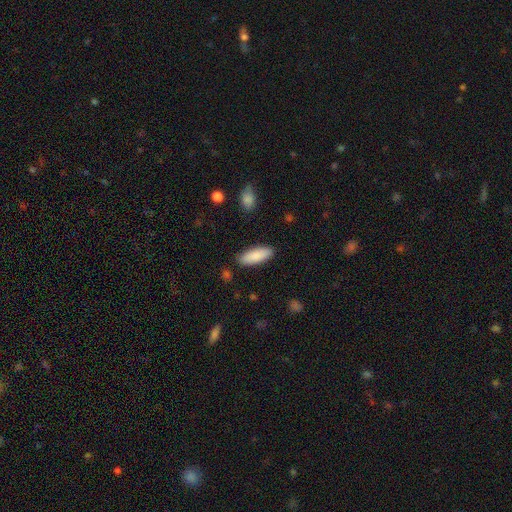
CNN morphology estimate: Q: Smooth or featured?
A: smooth (87%); runner-up: featured or disk (8%)
Q: How rounded?
A: in between (66%); runner-up: cigar-shaped (33%)
Q: Merging?
A: none (88%); runner-up: minor disturbance (9%)